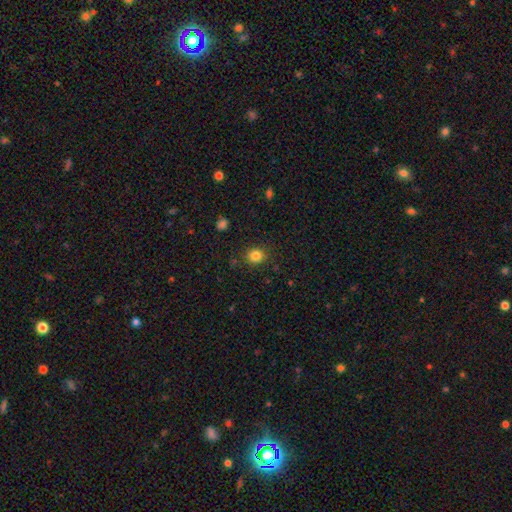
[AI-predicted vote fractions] Morphology: type=smooth (83%); roundness=round (77%); merging=none (88%).